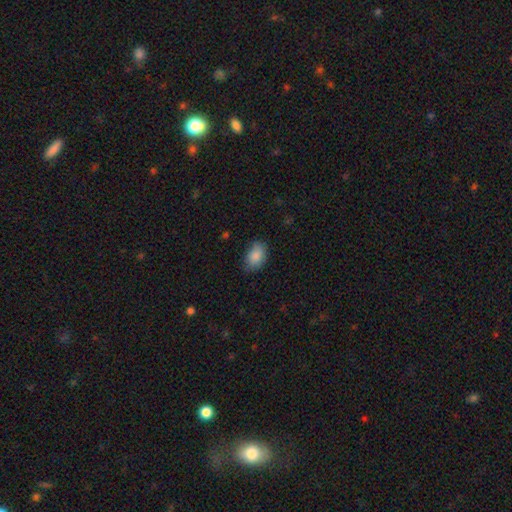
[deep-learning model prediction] smooth 87%, star or artifact 7%, featured or disk 5%. Down the decision tree: how rounded — in between (85%); merging — none (74%).